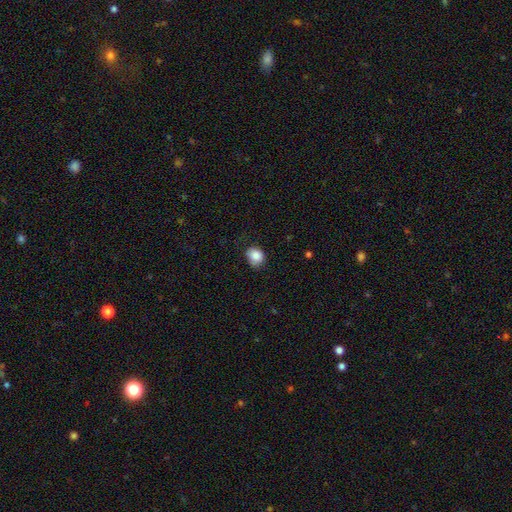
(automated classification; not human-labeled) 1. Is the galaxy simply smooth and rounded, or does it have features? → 85% smooth, 9% star or artifact, 6% featured or disk.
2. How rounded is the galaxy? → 65% round, 35% in between, 1% cigar-shaped.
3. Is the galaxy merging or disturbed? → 67% none, 26% minor disturbance, 6% major disturbance, 1% merger.